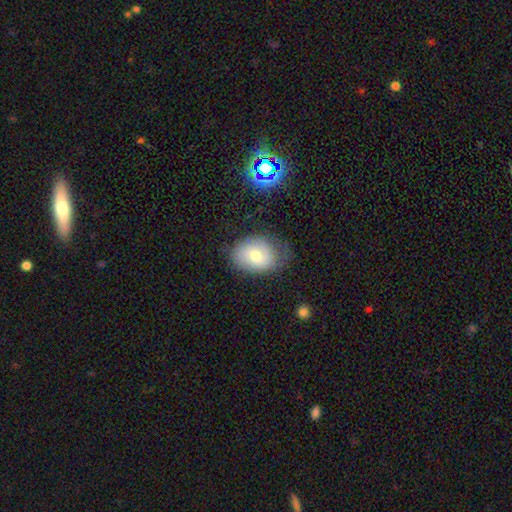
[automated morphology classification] A smooth galaxy with no disk features (63%) that is in between round and cigar-shaped (64%).

Vote fractions:
- Smooth or featured? smooth: 63% / featured or disk: 28% / star or artifact: 9%
- How rounded? in between: 64% / round: 35% / cigar-shaped: 1%
- Merging? none: 63% / minor disturbance: 26% / major disturbance: 9% / merger: 2%